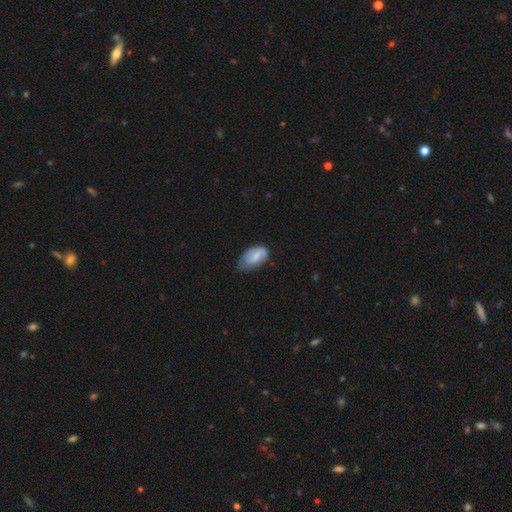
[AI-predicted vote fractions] Morphology: type=smooth (71%); roundness=in between (93%); merging=minor disturbance (43%).